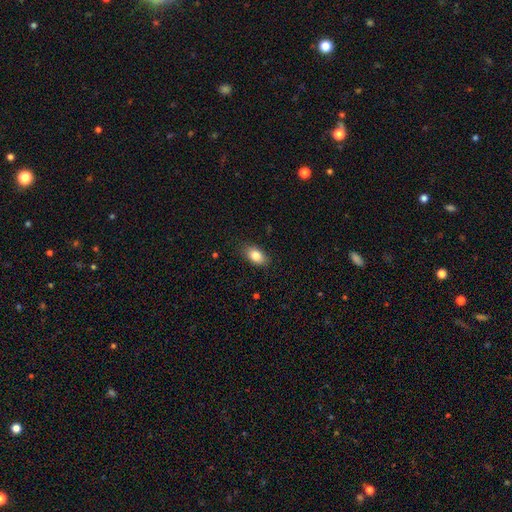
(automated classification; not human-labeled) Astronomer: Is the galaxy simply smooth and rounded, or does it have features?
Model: smooth — 83%.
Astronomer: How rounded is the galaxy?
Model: in between — 89%.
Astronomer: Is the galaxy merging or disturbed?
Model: none — 85%.